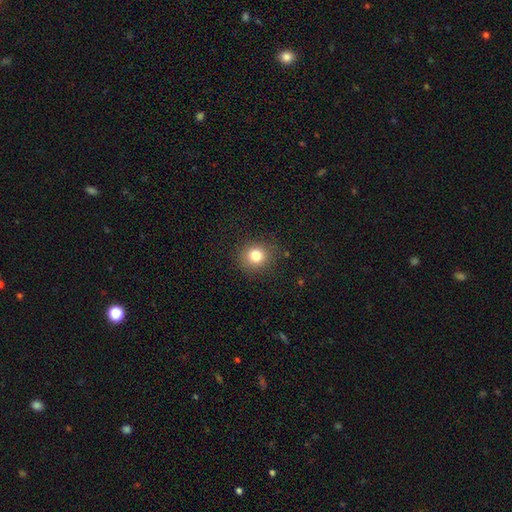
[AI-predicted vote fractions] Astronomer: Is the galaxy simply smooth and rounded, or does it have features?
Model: smooth — 81%.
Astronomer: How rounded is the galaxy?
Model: round — 85%.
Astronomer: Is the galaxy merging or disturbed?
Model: none — 86%.